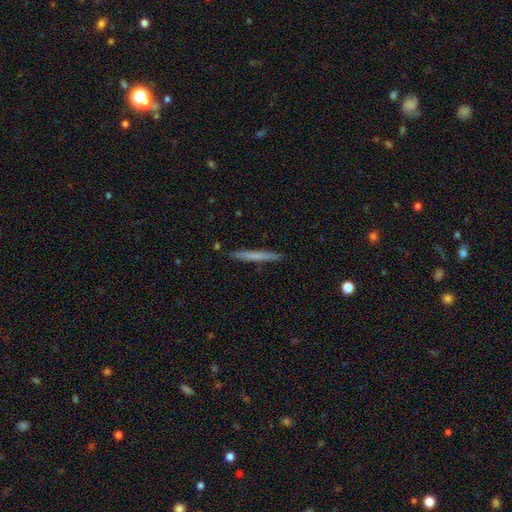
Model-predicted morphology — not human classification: smooth_or_featured: smooth (p=0.62) [alt: featured or disk p=0.32]
how_rounded: cigar-shaped (p=0.97) [alt: in between p=0.02]
merging: none (p=0.91) [alt: minor disturbance p=0.06]